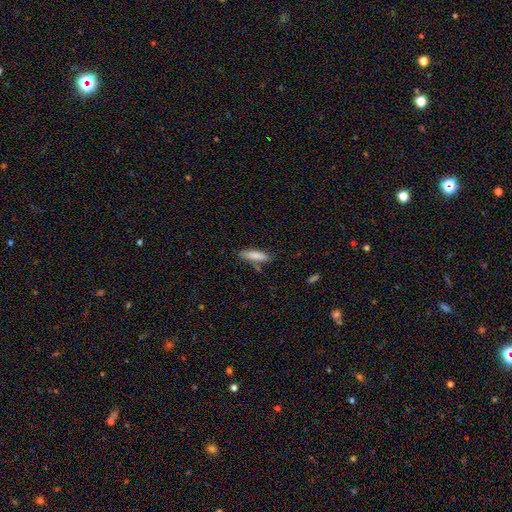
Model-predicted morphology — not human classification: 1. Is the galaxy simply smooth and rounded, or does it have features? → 80% smooth, 13% featured or disk, 6% star or artifact.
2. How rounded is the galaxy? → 69% cigar-shaped, 29% in between, 2% round.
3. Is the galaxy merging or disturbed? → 72% none, 17% minor disturbance, 7% merger, 4% major disturbance.